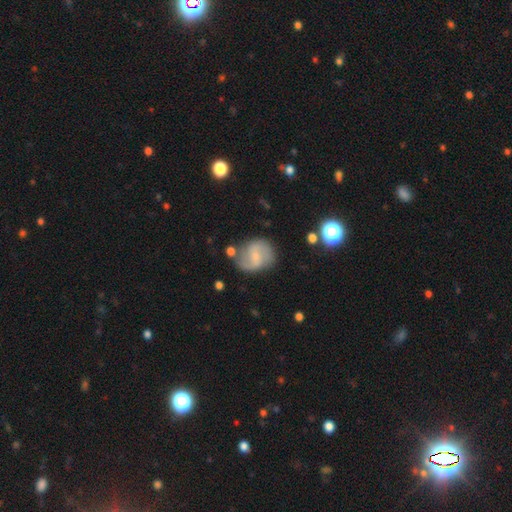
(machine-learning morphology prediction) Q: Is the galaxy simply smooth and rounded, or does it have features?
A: featured or disk — 68%.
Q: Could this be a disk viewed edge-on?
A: no — 97%.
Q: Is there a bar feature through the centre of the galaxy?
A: weak — 52%.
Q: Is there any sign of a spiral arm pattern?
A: yes — 90%.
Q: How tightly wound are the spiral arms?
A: medium — 43%.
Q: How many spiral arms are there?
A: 2 — 87%.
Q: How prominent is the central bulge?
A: small — 67%.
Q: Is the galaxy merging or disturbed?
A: none — 72%.